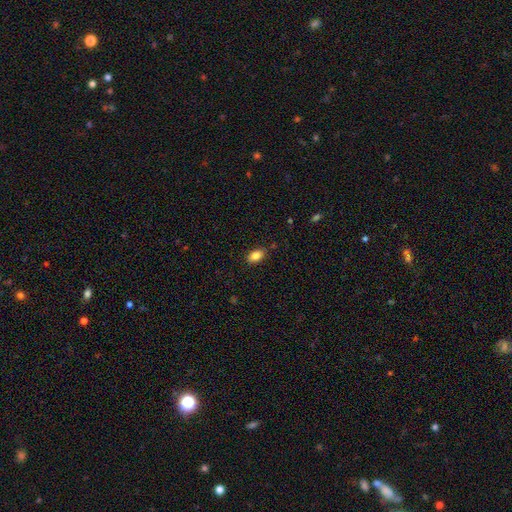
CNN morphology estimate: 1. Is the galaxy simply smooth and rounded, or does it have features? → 85% smooth, 9% star or artifact, 6% featured or disk.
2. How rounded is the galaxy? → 89% in between, 9% round, 2% cigar-shaped.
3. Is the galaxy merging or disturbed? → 86% none, 10% minor disturbance, 2% major disturbance, 1% merger.